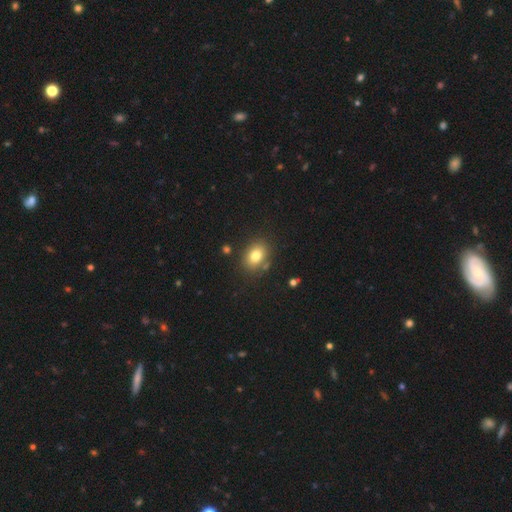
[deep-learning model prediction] Overall: smooth (79%). How rounded: in between (64%; round 35%). Merging: none (81%).